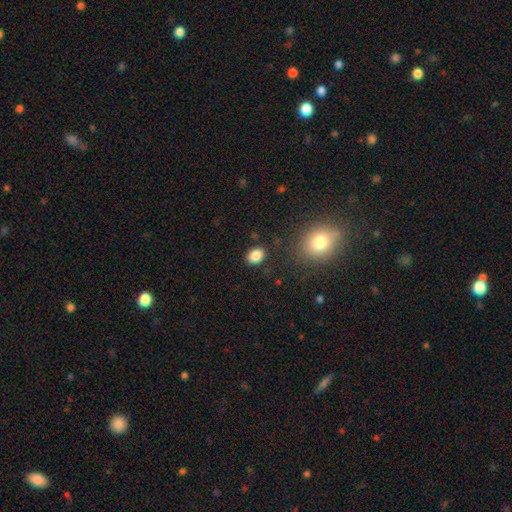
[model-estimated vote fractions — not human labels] Q: Smooth or featured?
A: smooth (85%); runner-up: star or artifact (10%)
Q: How rounded?
A: in between (68%); runner-up: round (31%)
Q: Merging?
A: none (86%); runner-up: minor disturbance (9%)